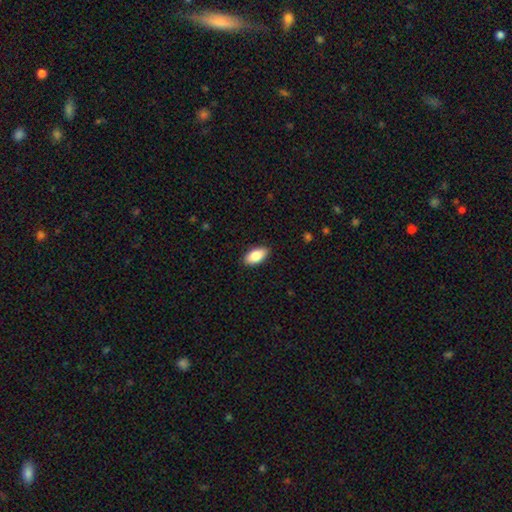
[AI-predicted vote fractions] Q: Smooth or featured?
A: smooth (86%); runner-up: featured or disk (7%)
Q: How rounded?
A: in between (93%); runner-up: cigar-shaped (4%)
Q: Merging?
A: none (88%); runner-up: minor disturbance (9%)